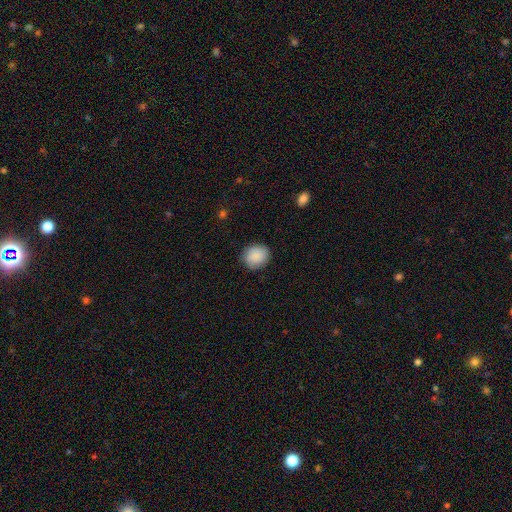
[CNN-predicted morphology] Overall: smooth (89%). How rounded: round (73%). Merging: none (86%).